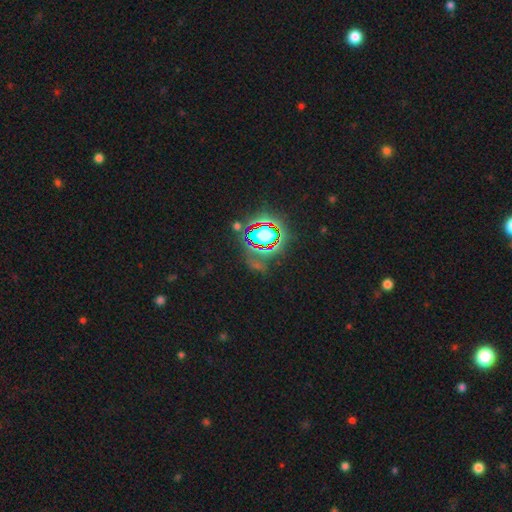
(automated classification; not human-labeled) Morphology: type=star or artifact (81%).